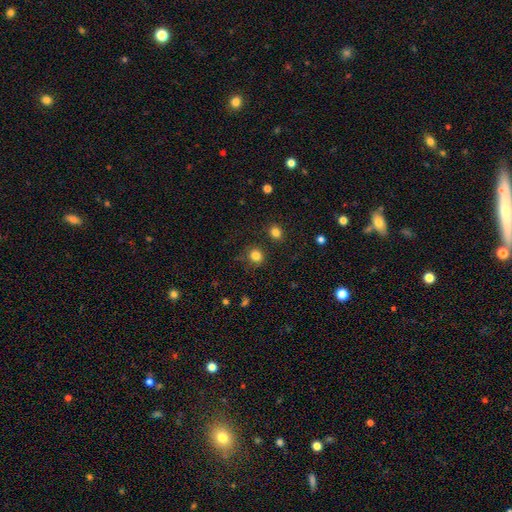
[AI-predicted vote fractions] smooth_or_featured: smooth (p=0.82) [alt: star or artifact p=0.13]
how_rounded: round (p=0.83) [alt: in between p=0.16]
merging: none (p=0.80) [alt: minor disturbance p=0.12]